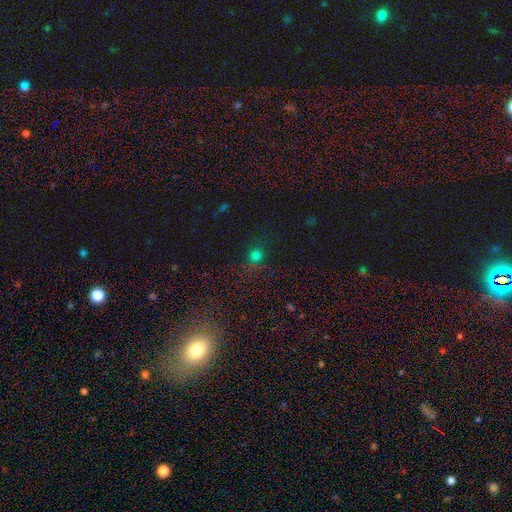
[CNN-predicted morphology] Smooth or featured? Predicted: smooth (p=0.65). How rounded? Predicted: round (p=0.87). Merging? Predicted: none (p=0.73).